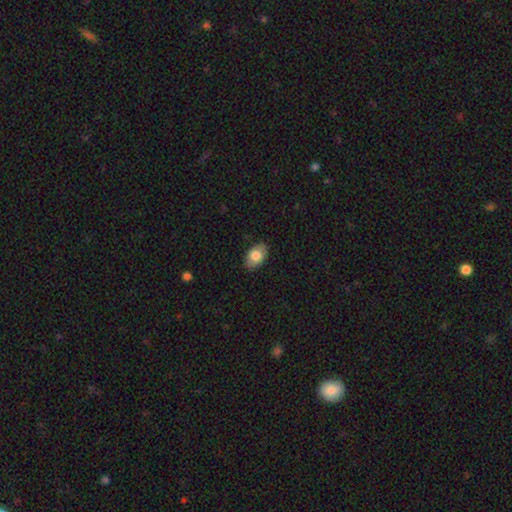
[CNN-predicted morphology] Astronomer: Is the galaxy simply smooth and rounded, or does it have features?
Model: smooth — 80%.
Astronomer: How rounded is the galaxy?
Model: in between — 90%.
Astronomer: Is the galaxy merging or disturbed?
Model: none — 84%.